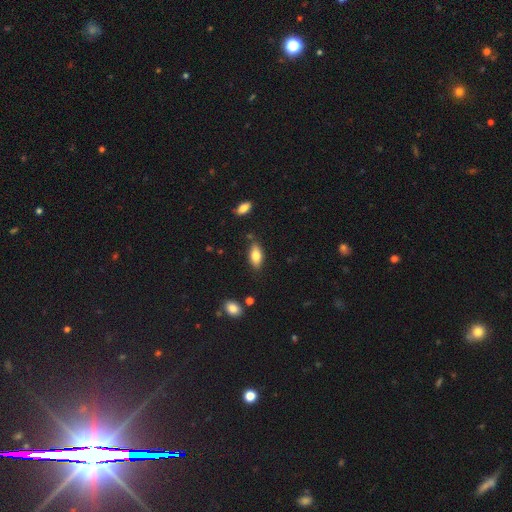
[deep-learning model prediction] Smooth or featured? Predicted: smooth (p=0.78). How rounded? Predicted: in between (p=0.86). Merging? Predicted: none (p=0.80).